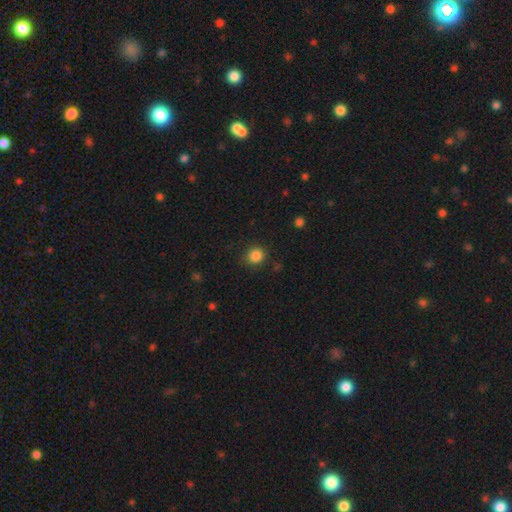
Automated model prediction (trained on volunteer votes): Overall: smooth (85%). How rounded: round (82%). Merging: none (83%).